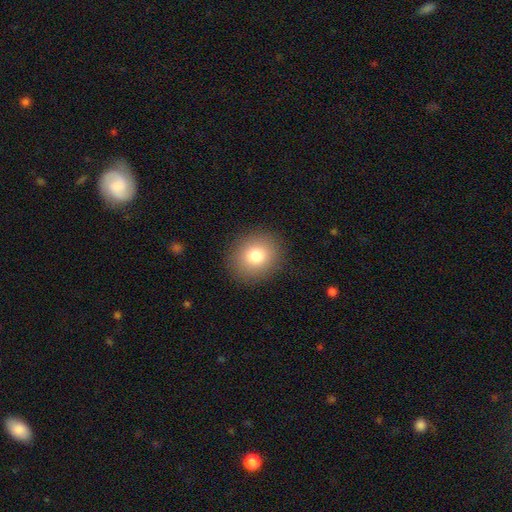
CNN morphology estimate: Smooth or featured? smooth (79%)
How rounded? round (77%)
Merging? none (89%)